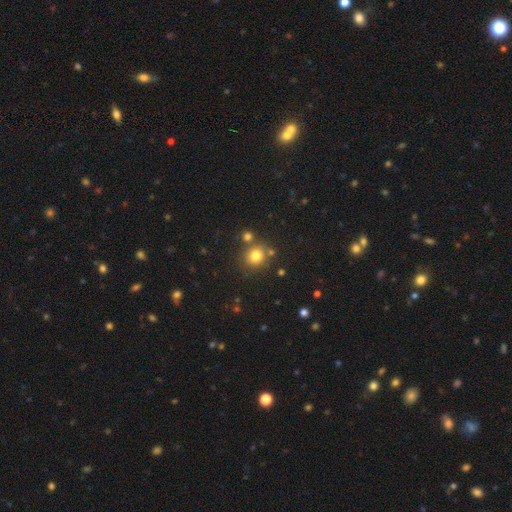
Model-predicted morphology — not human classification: A smooth galaxy with no disk features (79%) that is round (88%). Merging: none (74%).